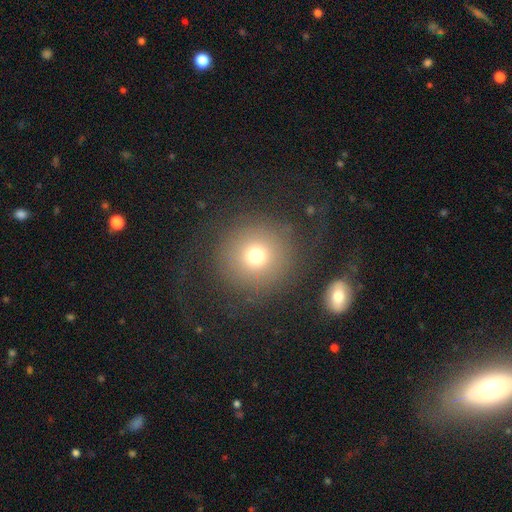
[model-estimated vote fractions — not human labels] The model was most divided on "smooth or featured": smooth: 70%, star or artifact: 18%, featured or disk: 12%. More confident: how rounded — round (95%); merging — none (84%).